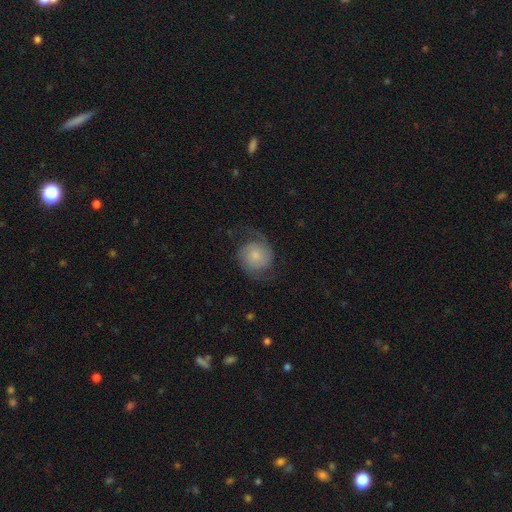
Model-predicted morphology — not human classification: featured or disk 72%, smooth 21%, star or artifact 7%. Down the decision tree: edge-on disk — no (98%); bar — no (72%); spiral arms — yes (95%); spiral arm count — 2 (90%); spiral winding — medium (45%); bulge size — small (48%); merging — none (70%).